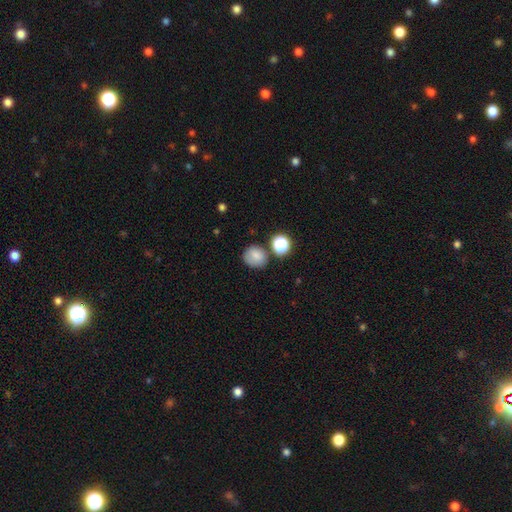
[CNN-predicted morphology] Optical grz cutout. It shows a smooth galaxy with no disk features (79%) that is round (76%). Merging: none (71%).